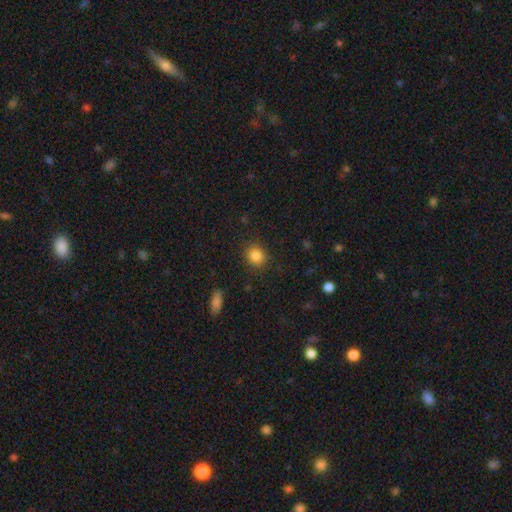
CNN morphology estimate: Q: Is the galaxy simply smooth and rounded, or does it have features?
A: smooth — 86%.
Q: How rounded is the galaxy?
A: round — 74%.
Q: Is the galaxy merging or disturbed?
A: none — 86%.